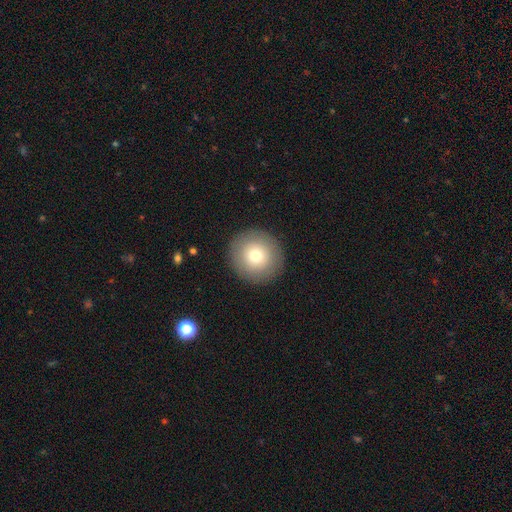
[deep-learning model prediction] This is likely a smooth galaxy (76%). How rounded: clearly round (95%). Merging: clearly none (91%).